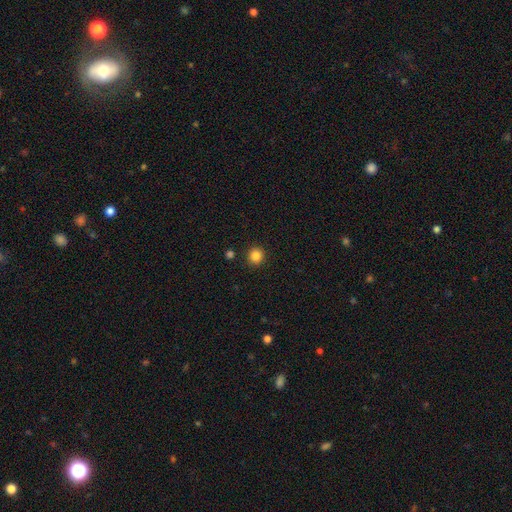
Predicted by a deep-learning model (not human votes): A smooth galaxy with no disk features (85%) that is round (93%). Merging: none (90%).